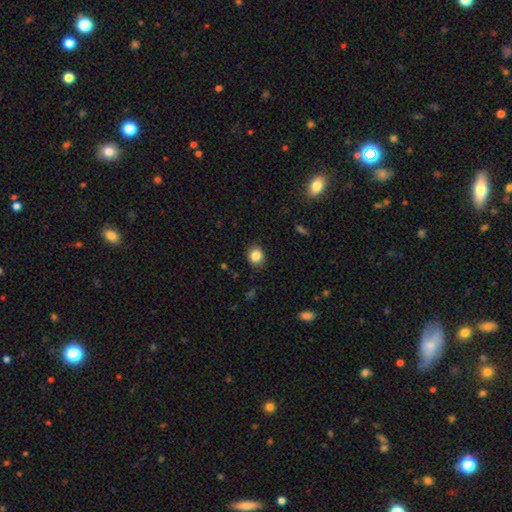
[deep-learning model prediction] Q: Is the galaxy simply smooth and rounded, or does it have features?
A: smooth — 84%.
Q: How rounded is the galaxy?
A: round — 66%.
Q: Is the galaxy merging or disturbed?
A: none — 87%.